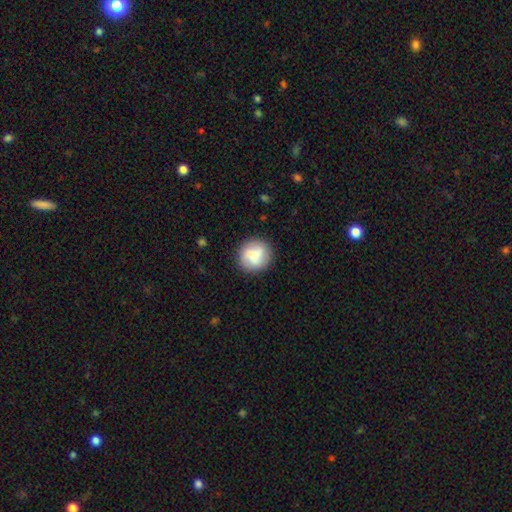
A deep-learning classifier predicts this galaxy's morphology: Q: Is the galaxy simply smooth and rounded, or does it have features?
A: smooth — 75%.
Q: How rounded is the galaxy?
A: round — 89%.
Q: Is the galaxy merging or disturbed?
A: none — 80%.